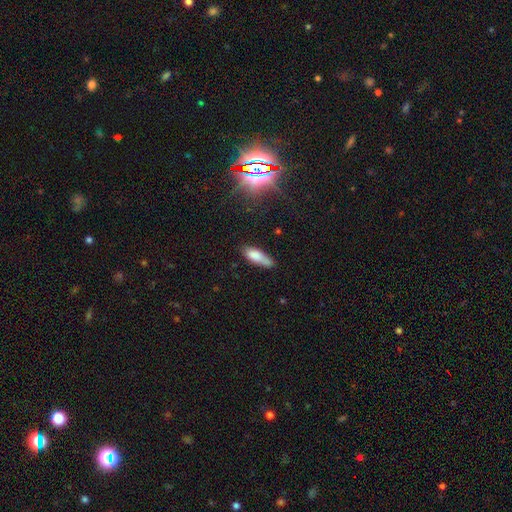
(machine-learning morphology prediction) A smooth galaxy with no disk features (79%) that is in between round and cigar-shaped (54%).

Vote fractions:
- Smooth or featured? smooth: 79% / featured or disk: 13% / star or artifact: 8%
- How rounded? in between: 54% / cigar-shaped: 44% / round: 2%
- Merging? none: 55% / minor disturbance: 31% / major disturbance: 8% / merger: 6%